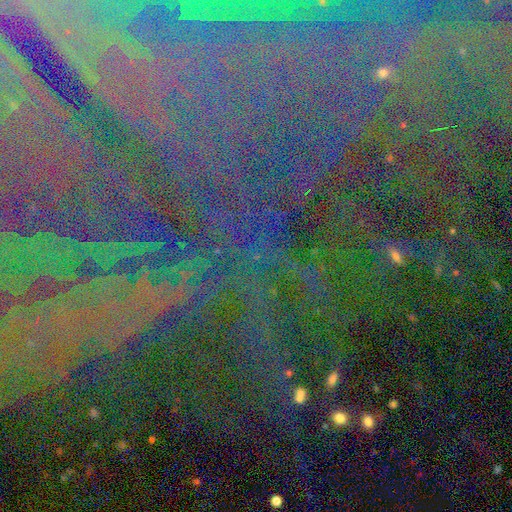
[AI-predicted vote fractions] Overall: star or artifact (84%).